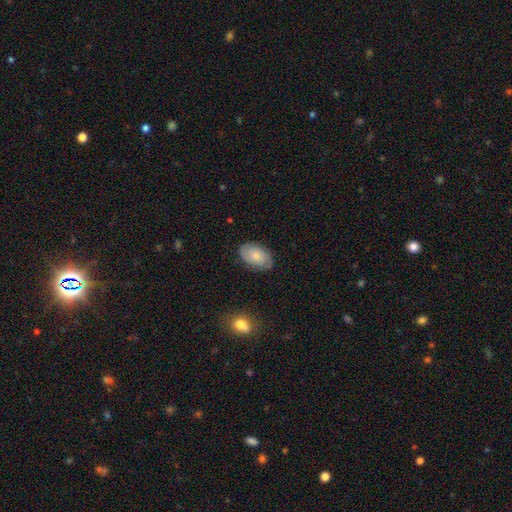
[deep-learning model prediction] This appears to be a smooth galaxy with no disk features (51%) that is in between round and cigar-shaped (91%). Merging: none (83%).